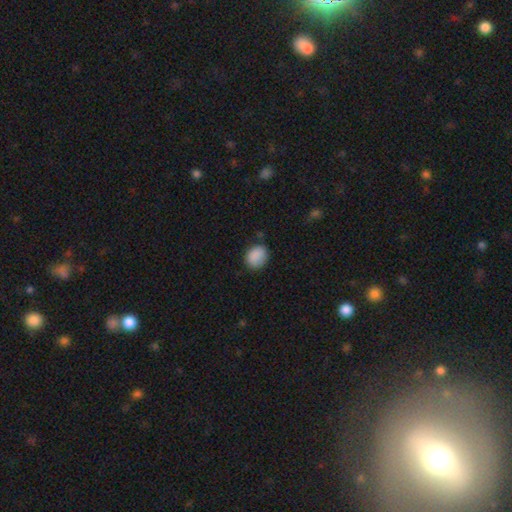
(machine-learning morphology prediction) Smooth or featured? Predicted: smooth (p=0.88). How rounded? Predicted: round (p=0.52). Merging? Predicted: none (p=0.77).